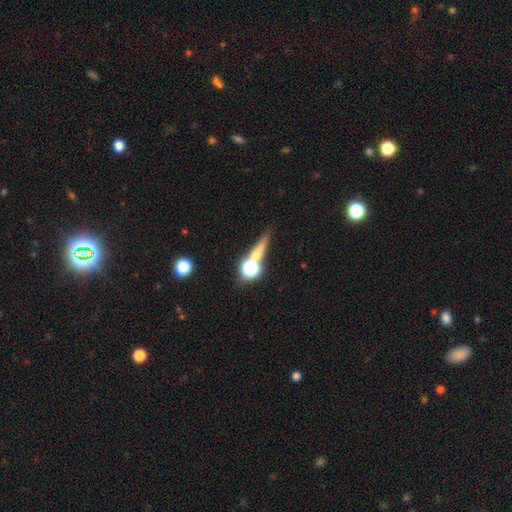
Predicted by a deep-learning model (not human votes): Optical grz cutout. It shows a smooth galaxy with no disk features (47%). Merging: none (61%).